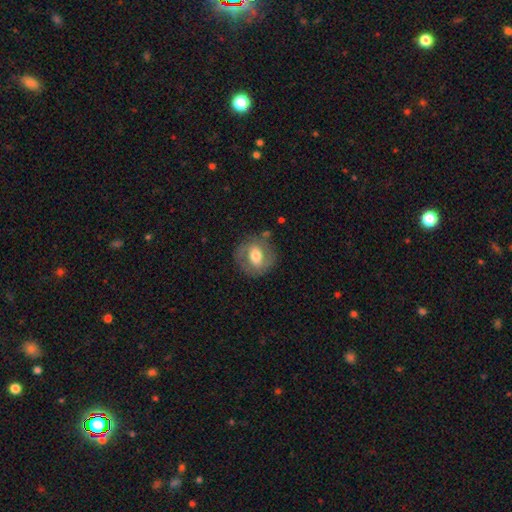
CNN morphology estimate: This appears to be a smooth galaxy with no disk features (47%). Merging: none (75%).